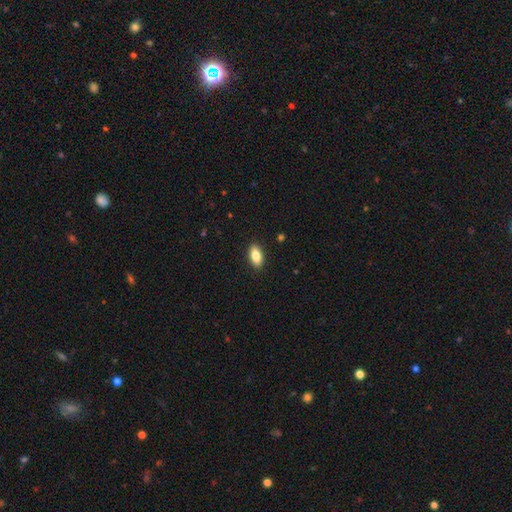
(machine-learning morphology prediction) Smooth or featured?
  - smooth: 83% *
  - featured or disk: 10%
  - star or artifact: 7%
How rounded?
  - in between: 90% *
  - cigar-shaped: 7%
  - round: 3%
Merging?
  - none: 90% *
  - minor disturbance: 7%
  - major disturbance: 2%
  - merger: 1%